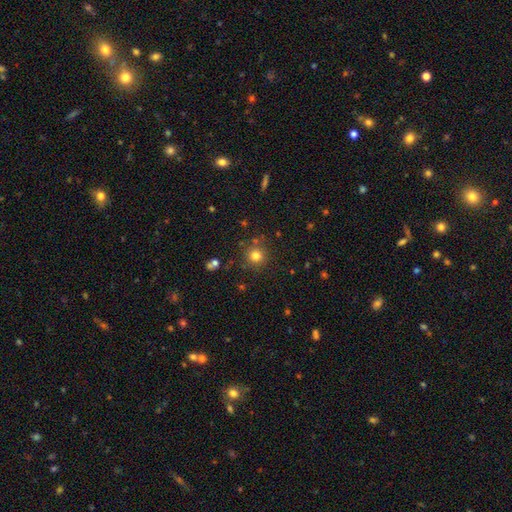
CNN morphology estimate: This is likely a smooth galaxy (78%). How rounded: clearly round (93%). Merging: clearly none (84%).